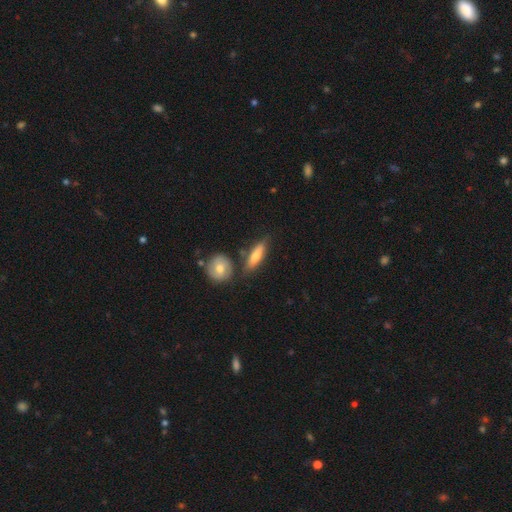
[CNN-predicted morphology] Smooth or featured?
  - smooth: 66% *
  - featured or disk: 28%
  - star or artifact: 6%
How rounded?
  - cigar-shaped: 53% *
  - in between: 42%
  - round: 4%
Merging?
  - none: 68% *
  - minor disturbance: 17%
  - merger: 11%
  - major disturbance: 4%